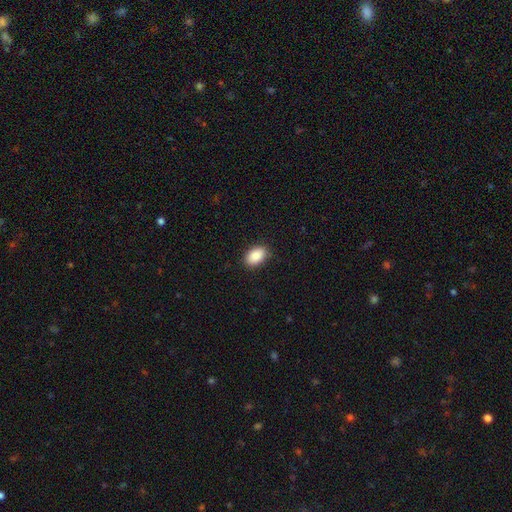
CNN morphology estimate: smooth-or-featured: smooth: 88% | star or artifact: 7% | featured or disk: 5%
  how-rounded: in between: 88% | round: 10% | cigar-shaped: 1%
  merging: none: 87% | minor disturbance: 10% | major disturbance: 2% | merger: 1%